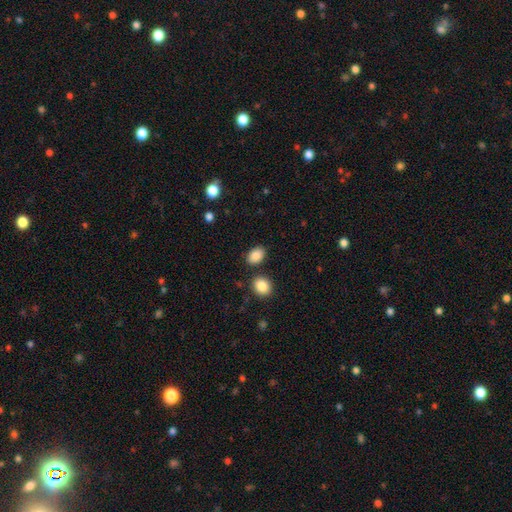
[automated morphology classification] Q: Smooth or featured?
A: smooth (87%); runner-up: star or artifact (8%)
Q: How rounded?
A: in between (82%); runner-up: round (17%)
Q: Merging?
A: none (81%); runner-up: minor disturbance (10%)